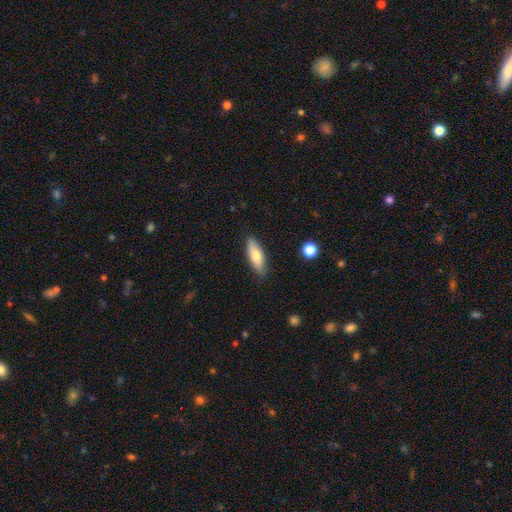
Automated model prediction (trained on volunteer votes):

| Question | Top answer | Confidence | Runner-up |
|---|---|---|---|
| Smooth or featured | smooth | 71% | featured or disk (23%) |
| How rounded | in between | 57% | cigar-shaped (40%) |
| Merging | none | 86% | minor disturbance (11%) |